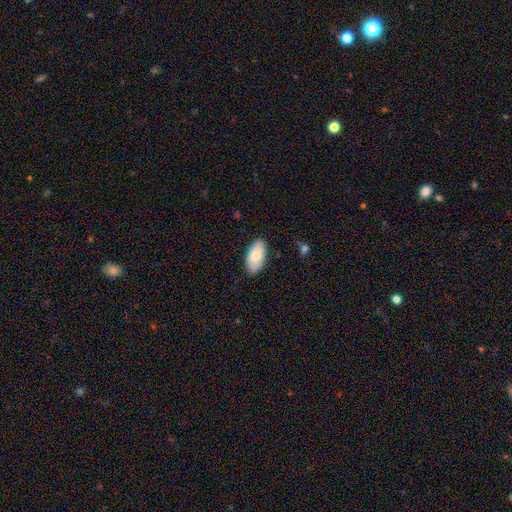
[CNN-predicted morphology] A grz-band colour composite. It shows a smooth galaxy with no disk features (80%) that is in between round and cigar-shaped (94%). Merging: none (83%).